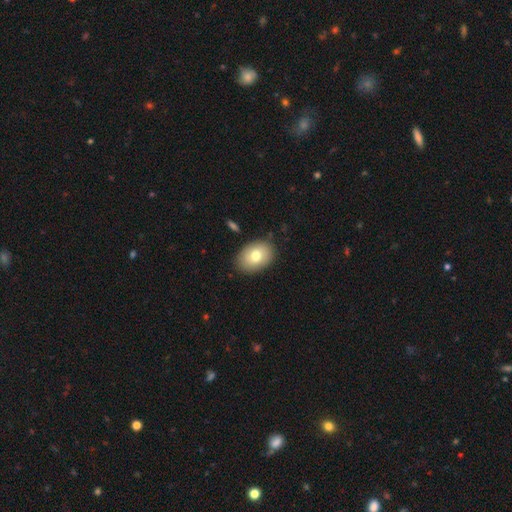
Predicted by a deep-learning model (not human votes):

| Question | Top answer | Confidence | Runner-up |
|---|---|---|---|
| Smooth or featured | smooth | 76% | featured or disk (17%) |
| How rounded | in between | 82% | round (17%) |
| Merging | none | 84% | minor disturbance (11%) |